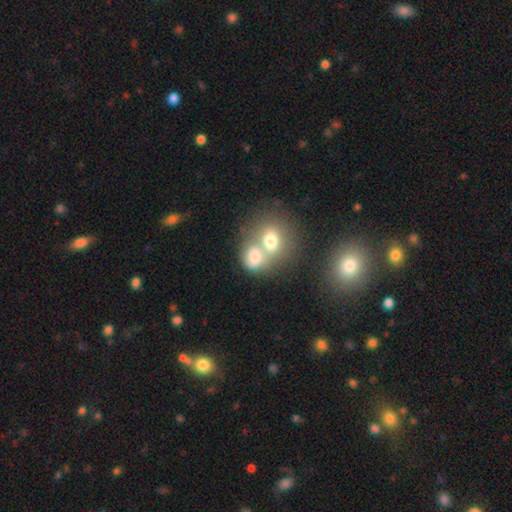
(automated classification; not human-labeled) A smooth galaxy with no disk features (67%) that is round (53%).

Vote fractions:
- Smooth or featured? smooth: 67% / featured or disk: 20% / star or artifact: 13%
- How rounded? round: 53% / in between: 45% / cigar-shaped: 1%
- Merging? merger: 63% / none: 25% / minor disturbance: 7% / major disturbance: 5%